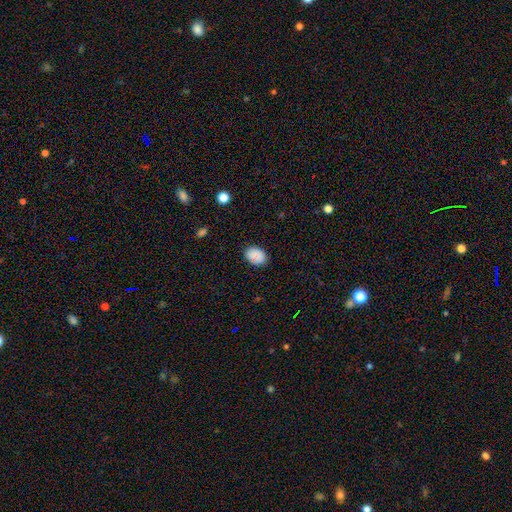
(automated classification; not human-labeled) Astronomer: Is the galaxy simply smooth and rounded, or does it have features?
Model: smooth — 85%.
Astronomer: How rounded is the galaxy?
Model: in between — 78%.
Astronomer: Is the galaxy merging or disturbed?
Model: none — 82%.